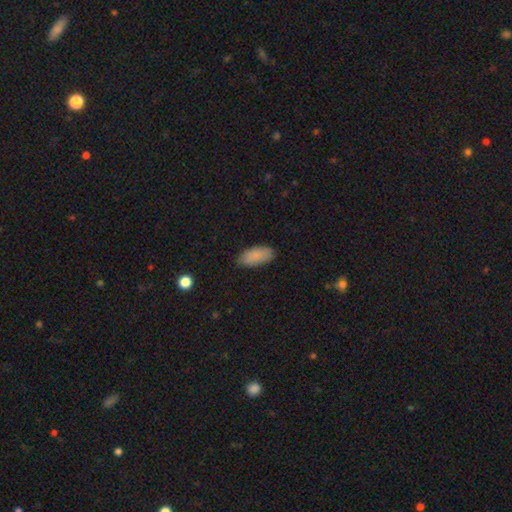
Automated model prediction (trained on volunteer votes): This is clearly a smooth galaxy (88%). How rounded: clearly in between (90%). Merging: clearly none (82%).